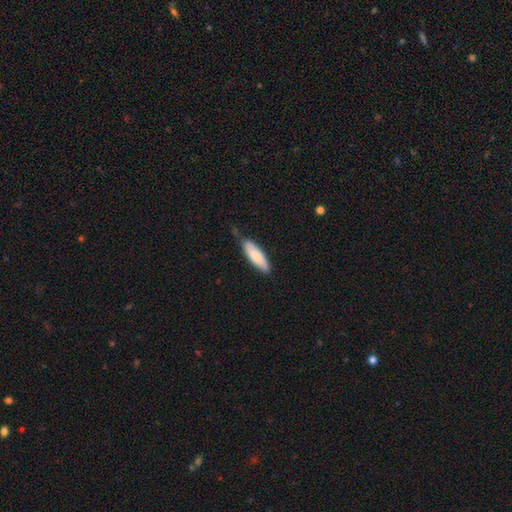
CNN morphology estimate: The model was most divided on "how rounded": in between: 51%, cigar-shaped: 48%, round: 1%. More confident: smooth or featured — smooth (77%); merging — none (71%).